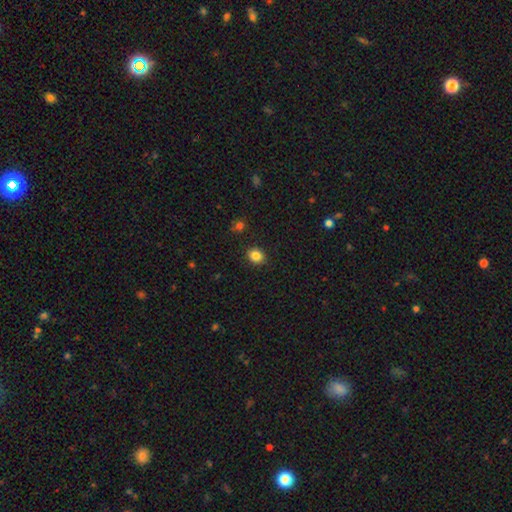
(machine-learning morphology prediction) smooth-or-featured: smooth: 85% | star or artifact: 10% | featured or disk: 5%
  how-rounded: round: 58% | in between: 41% | cigar-shaped: 1%
  merging: none: 88% | minor disturbance: 8% | major disturbance: 2% | merger: 1%